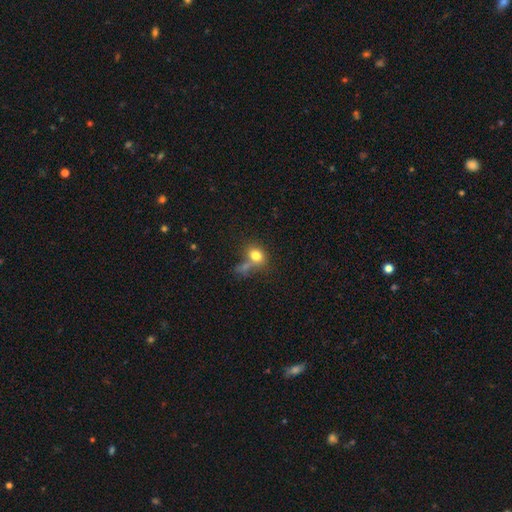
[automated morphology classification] Smooth or featured?
  - smooth: 78% *
  - star or artifact: 11%
  - featured or disk: 11%
How rounded?
  - round: 52% *
  - in between: 46%
  - cigar-shaped: 2%
Merging?
  - none: 43% *
  - merger: 29%
  - minor disturbance: 16%
  - major disturbance: 12%